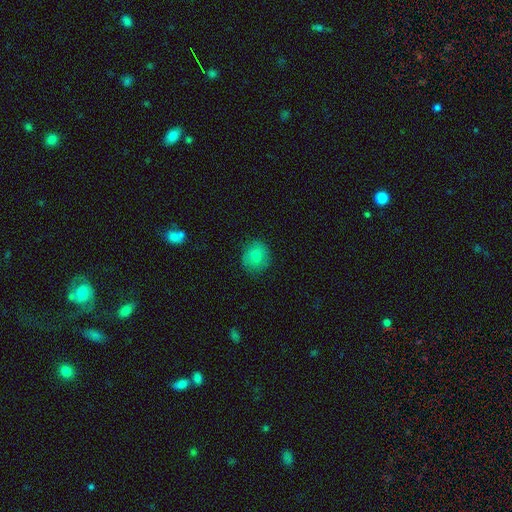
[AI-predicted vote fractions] A smooth galaxy with no disk features (80%) that is round (83%).

Vote fractions:
- Smooth or featured? smooth: 80% / featured or disk: 11% / star or artifact: 9%
- How rounded? round: 83% / in between: 16% / cigar-shaped: 1%
- Merging? none: 81% / minor disturbance: 14% / major disturbance: 3% / merger: 1%